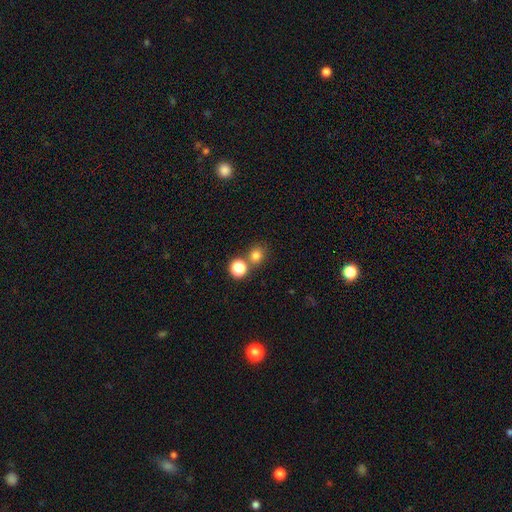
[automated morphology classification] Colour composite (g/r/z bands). It shows a smooth galaxy with no disk features (78%) that is round (85%). Merging: none (66%).